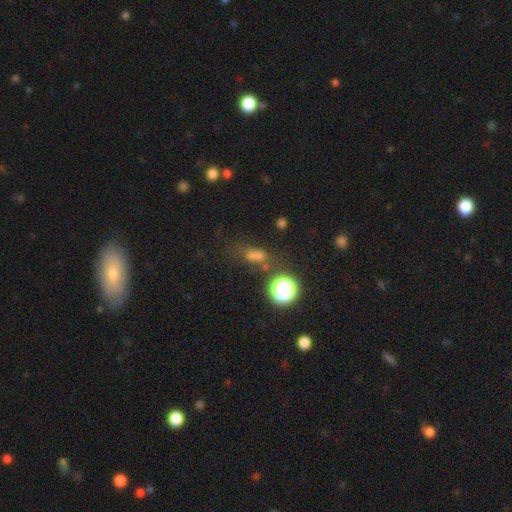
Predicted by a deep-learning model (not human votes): The model was most divided on "smooth or featured": smooth: 51%, star or artifact: 37%, featured or disk: 13%. More confident: how rounded — round (56%); merging — none (52%).